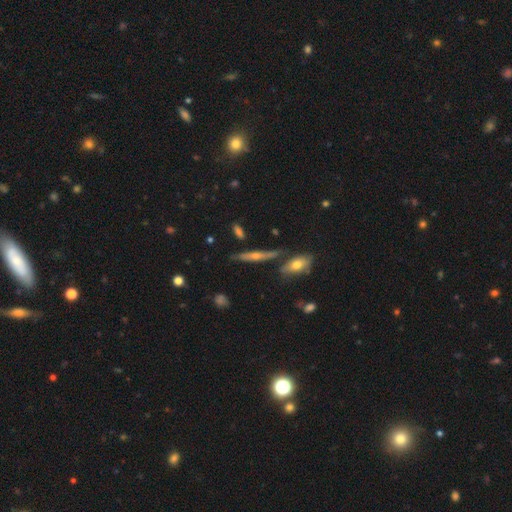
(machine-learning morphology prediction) A featured or disk galaxy (67%) viewed edge-on (92%) with a rounded central bulge (87%). Merging: none (76%).